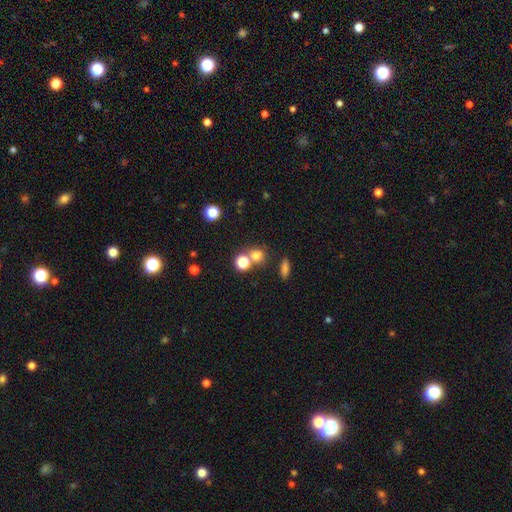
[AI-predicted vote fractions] Smooth or featured? Predicted: smooth (p=0.73). How rounded? Predicted: round (p=0.76). Merging? Predicted: none (p=0.54).